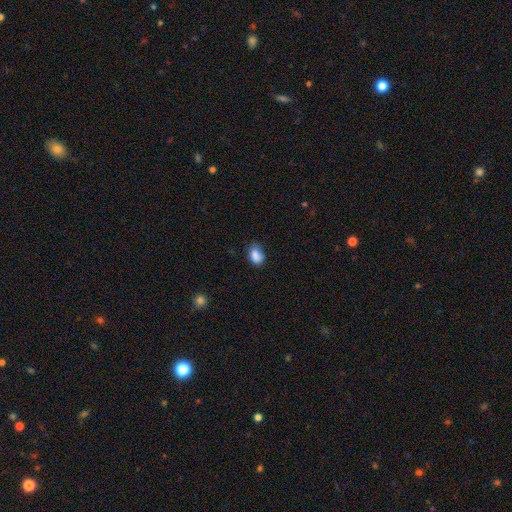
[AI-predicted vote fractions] Q: Smooth or featured?
A: smooth (84%); runner-up: star or artifact (10%)
Q: How rounded?
A: in between (79%); runner-up: round (20%)
Q: Merging?
A: none (58%); runner-up: minor disturbance (30%)